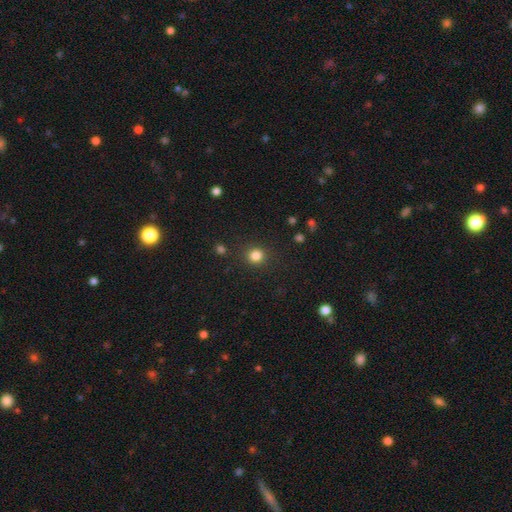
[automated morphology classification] Smooth or featured? Predicted: smooth (p=0.83). How rounded? Predicted: round (p=0.89). Merging? Predicted: none (p=0.88).